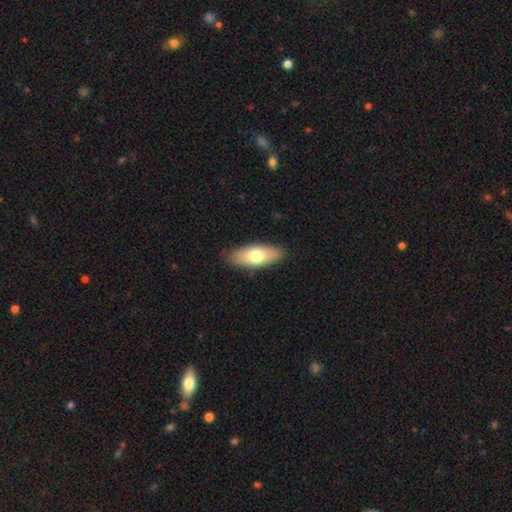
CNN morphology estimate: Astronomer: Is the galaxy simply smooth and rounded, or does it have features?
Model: smooth — 71%.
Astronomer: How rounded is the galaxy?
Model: in between — 80%.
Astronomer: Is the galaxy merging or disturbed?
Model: none — 86%.